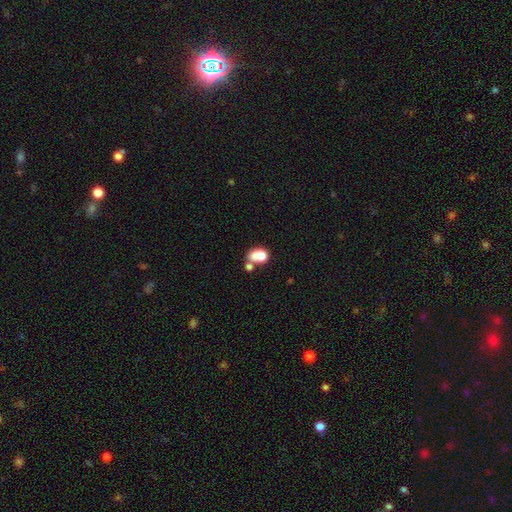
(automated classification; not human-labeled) A smooth galaxy with no disk features (69%) that is in between round and cigar-shaped (62%).

Vote fractions:
- Smooth or featured? smooth: 69% / featured or disk: 20% / star or artifact: 11%
- How rounded? in between: 62% / round: 37% / cigar-shaped: 1%
- Merging? merger: 54% / none: 28% / minor disturbance: 11% / major disturbance: 8%